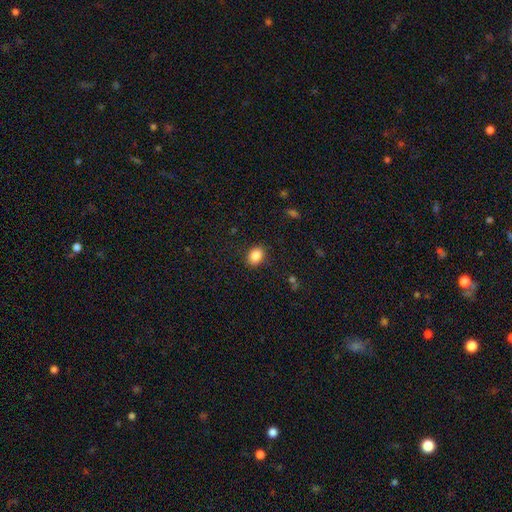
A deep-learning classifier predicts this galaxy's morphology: Smooth or featured?
  - smooth: 86% *
  - star or artifact: 9%
  - featured or disk: 5%
How rounded?
  - in between: 65% *
  - round: 34%
  - cigar-shaped: 1%
Merging?
  - none: 87% *
  - minor disturbance: 9%
  - major disturbance: 3%
  - merger: 1%